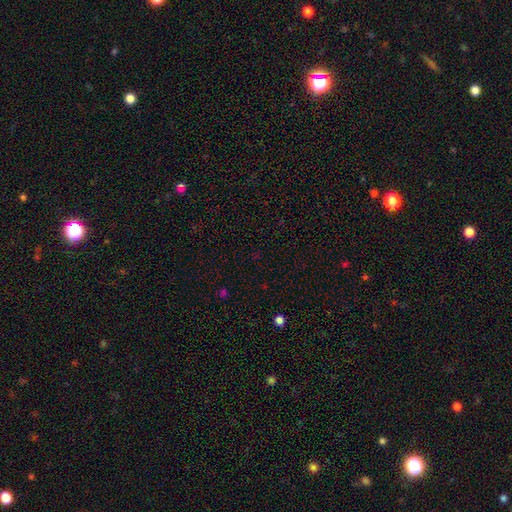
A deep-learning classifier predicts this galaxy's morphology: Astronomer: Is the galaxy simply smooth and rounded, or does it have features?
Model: star or artifact — 64%.